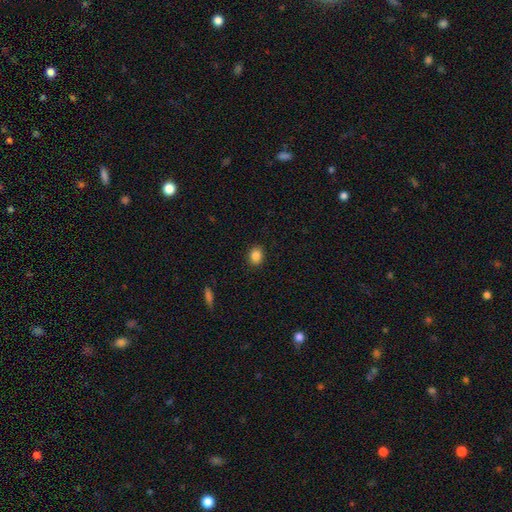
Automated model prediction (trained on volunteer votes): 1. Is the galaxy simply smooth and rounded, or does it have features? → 86% smooth, 10% star or artifact, 4% featured or disk.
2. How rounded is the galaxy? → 52% in between, 47% round, 1% cigar-shaped.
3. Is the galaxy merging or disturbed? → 90% none, 7% minor disturbance, 2% major disturbance, 1% merger.